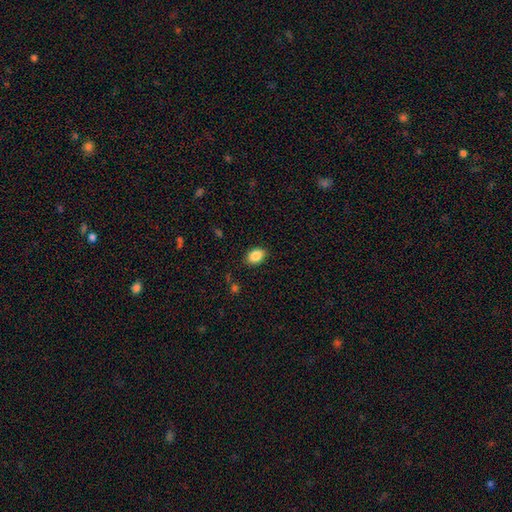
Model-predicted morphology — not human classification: This is clearly a smooth galaxy (87%). How rounded: likely in between (78%). Merging: clearly none (87%).